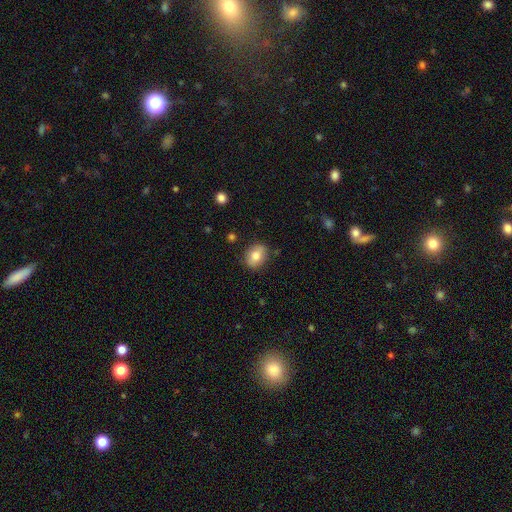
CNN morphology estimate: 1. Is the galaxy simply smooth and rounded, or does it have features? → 76% smooth, 16% featured or disk, 8% star or artifact.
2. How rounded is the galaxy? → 54% in between, 45% round, 1% cigar-shaped.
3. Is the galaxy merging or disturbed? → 84% none, 12% minor disturbance, 3% major disturbance, 2% merger.